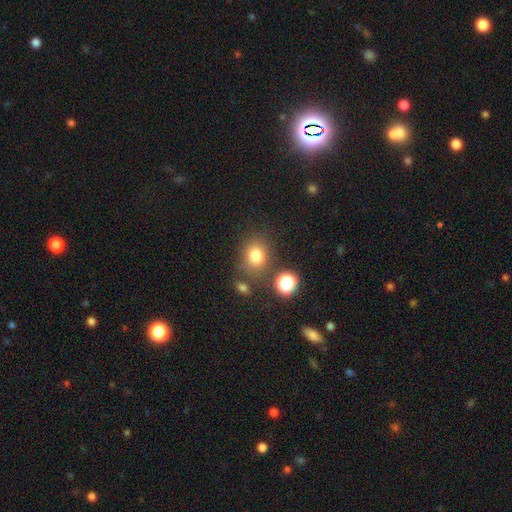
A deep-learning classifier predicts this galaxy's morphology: smooth-or-featured: smooth: 77% | star or artifact: 15% | featured or disk: 8%
  how-rounded: round: 68% | in between: 31% | cigar-shaped: 1%
  merging: none: 74% | minor disturbance: 13% | merger: 8% | major disturbance: 5%